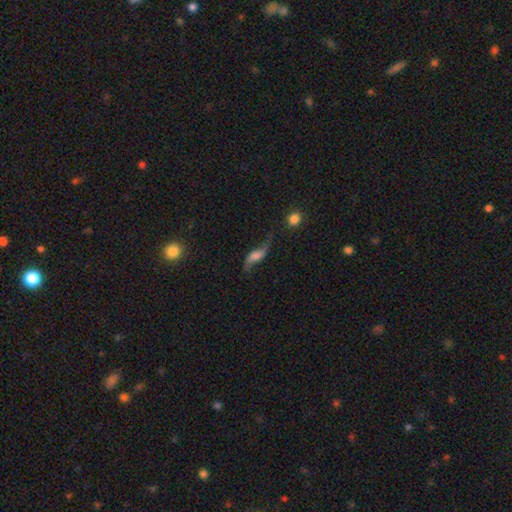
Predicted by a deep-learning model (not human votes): smooth-or-featured: featured or disk: 72% | smooth: 19% | star or artifact: 9%
  disk-edge-on: no: 87% | yes: 13%
    bar: no: 54% | weak: 34% | strong: 12%
    has-spiral-arms: yes: 93% | no: 7%
      spiral-winding: loose: 93% | medium: 5% | tight: 2%
      spiral-arm-count: 2: 92% | 1: 3% | can't tell: 2% | 3: 1% | 4: 1% | more than 4: 1%
    bulge-size: none: 31% | moderate: 23% | small: 21% | large: 20% | dominant: 6%
  merging: none: 59% | minor disturbance: 20% | major disturbance: 15% | merger: 5%